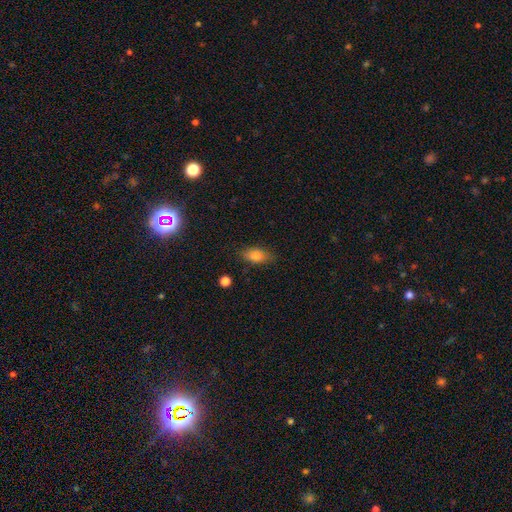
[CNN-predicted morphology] This appears to be a smooth galaxy with no disk features (79%) that is in between round and cigar-shaped (85%). Merging: none (82%).